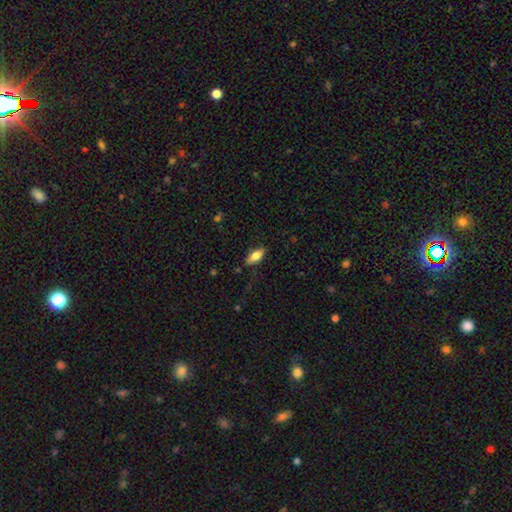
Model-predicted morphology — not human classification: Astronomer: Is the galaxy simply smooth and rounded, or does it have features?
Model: smooth — 75%.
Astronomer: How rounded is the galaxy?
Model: in between — 75%.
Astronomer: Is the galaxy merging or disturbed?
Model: none — 80%.